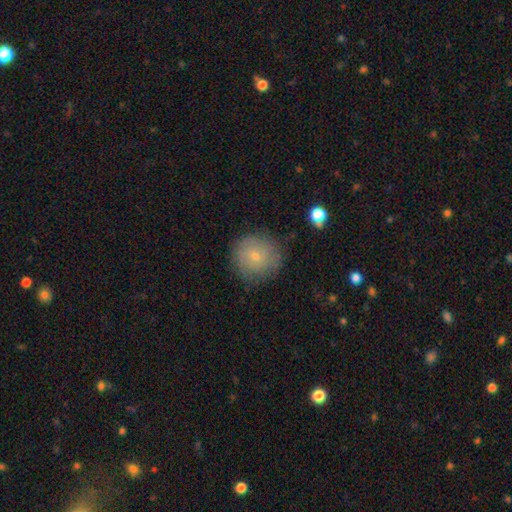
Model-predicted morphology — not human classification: smooth 69%, featured or disk 22%, star or artifact 9%. Down the decision tree: how rounded — round (92%); merging — none (81%).